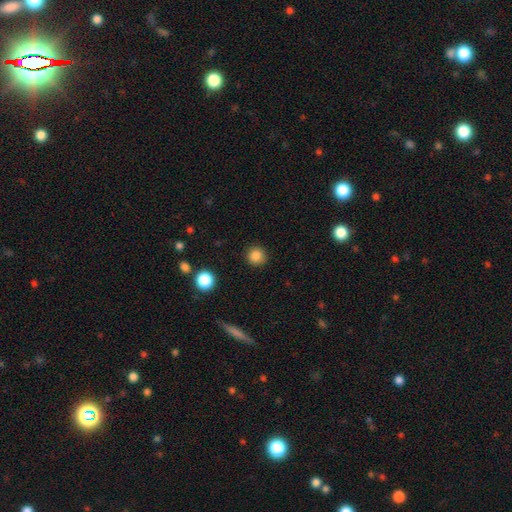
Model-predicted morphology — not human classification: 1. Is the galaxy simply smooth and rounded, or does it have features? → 85% smooth, 11% star or artifact, 4% featured or disk.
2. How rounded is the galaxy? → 94% round, 5% in between, 1% cigar-shaped.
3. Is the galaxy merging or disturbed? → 91% none, 6% minor disturbance, 2% major disturbance, 1% merger.